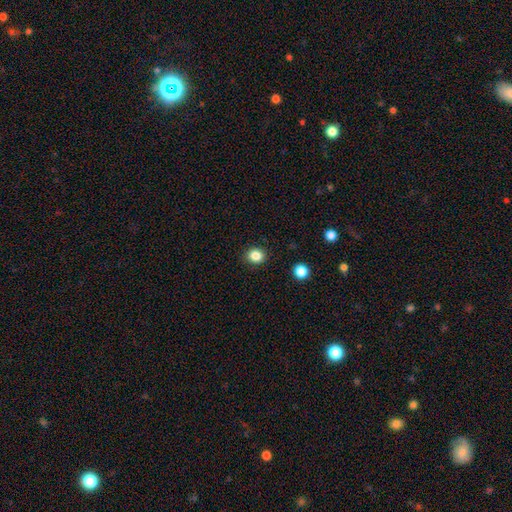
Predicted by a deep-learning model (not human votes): The model was most divided on "how rounded": round: 79%, in between: 20%, cigar-shaped: 1%. More confident: merging — none (90%); smooth or featured — smooth (84%).